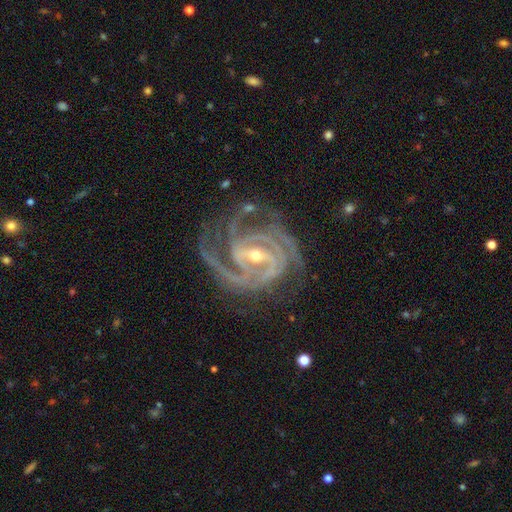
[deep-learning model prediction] smooth_or_featured: featured or disk (p=0.93) [alt: star or artifact p=0.04]
disk_edge_on: no (p=0.97) [alt: yes p=0.03]
bar: strong (p=0.52) [alt: weak p=0.35]
has_spiral_arms: yes (p=0.99) [alt: no p=0.01]
spiral_winding: tight (p=0.66) [alt: medium p=0.31]
spiral_arm_count: 3 (p=0.41) [alt: 4 p=0.26]
bulge_size: small (p=0.53) [alt: moderate p=0.44]
merging: none (p=0.68) [alt: minor disturbance p=0.19]